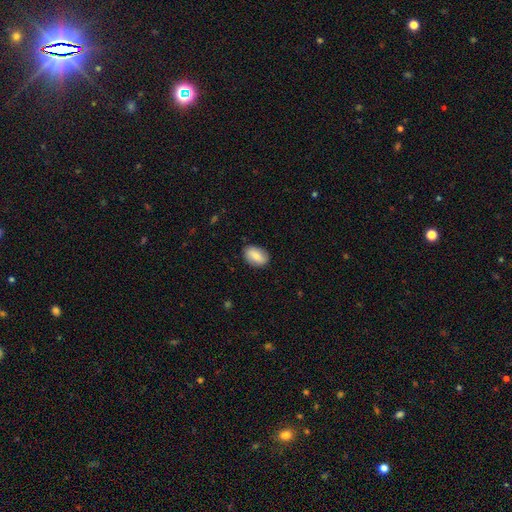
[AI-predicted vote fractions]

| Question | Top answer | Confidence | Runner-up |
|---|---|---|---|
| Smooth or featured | smooth | 73% | featured or disk (21%) |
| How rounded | in between | 87% | round (12%) |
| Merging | none | 84% | minor disturbance (12%) |